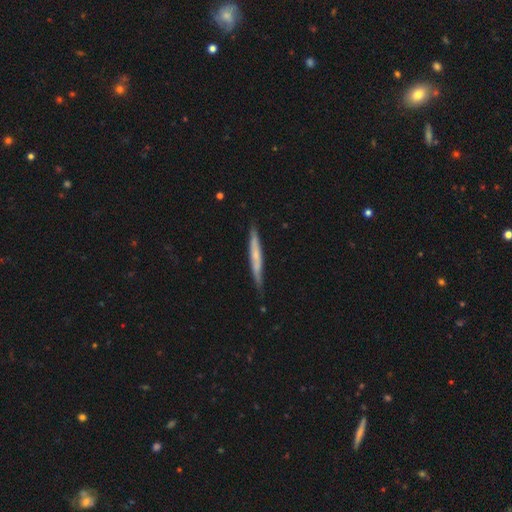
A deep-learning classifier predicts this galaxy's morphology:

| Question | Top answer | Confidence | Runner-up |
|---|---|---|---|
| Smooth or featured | featured or disk | 49% | smooth (45%) |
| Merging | none | 81% | minor disturbance (15%) |